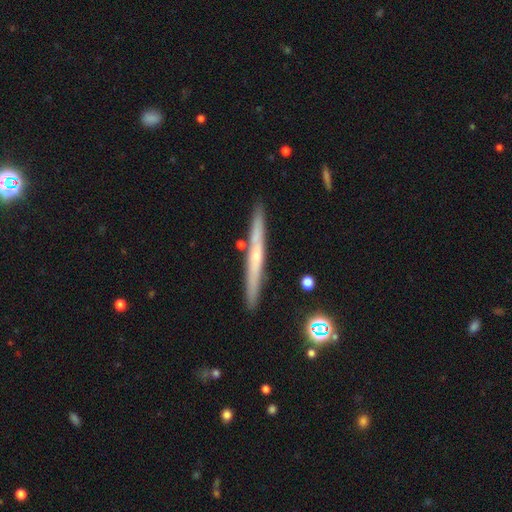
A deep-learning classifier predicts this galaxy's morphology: This appears to be a featured or disk galaxy (57%) viewed edge-on (96%) with no central bulge (58%). Merging: none (89%).